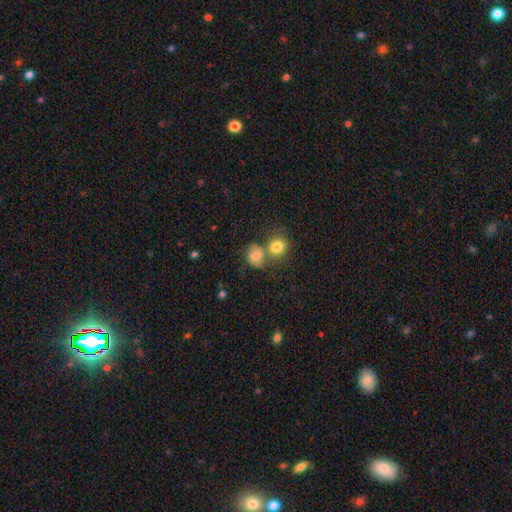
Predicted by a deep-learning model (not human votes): Q: Smooth or featured?
A: smooth (68%); runner-up: featured or disk (20%)
Q: How rounded?
A: round (71%); runner-up: in between (28%)
Q: Merging?
A: merger (43%); runner-up: none (39%)